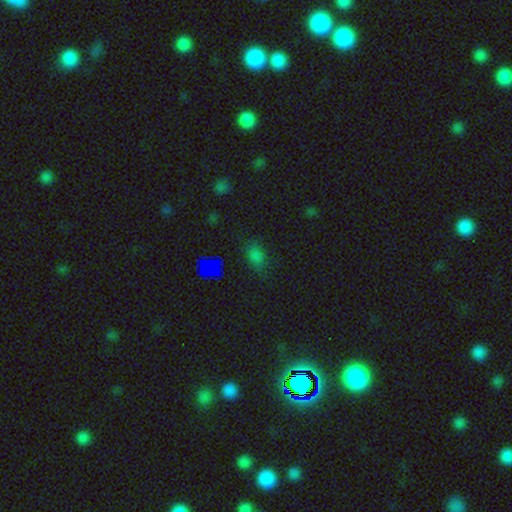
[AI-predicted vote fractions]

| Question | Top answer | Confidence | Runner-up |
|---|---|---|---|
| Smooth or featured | smooth | 62% | star or artifact (31%) |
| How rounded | in between | 69% | round (29%) |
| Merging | none | 76% | minor disturbance (16%) |